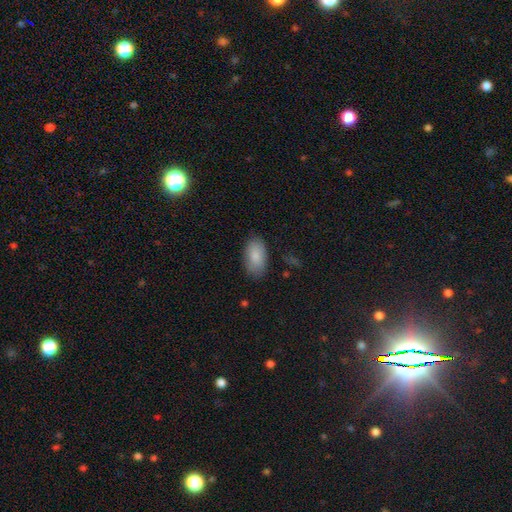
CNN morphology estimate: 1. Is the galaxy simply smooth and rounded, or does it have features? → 86% smooth, 8% featured or disk, 6% star or artifact.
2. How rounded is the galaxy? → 94% in between, 4% round, 2% cigar-shaped.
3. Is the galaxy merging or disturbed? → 83% none, 13% minor disturbance, 3% major disturbance, 1% merger.